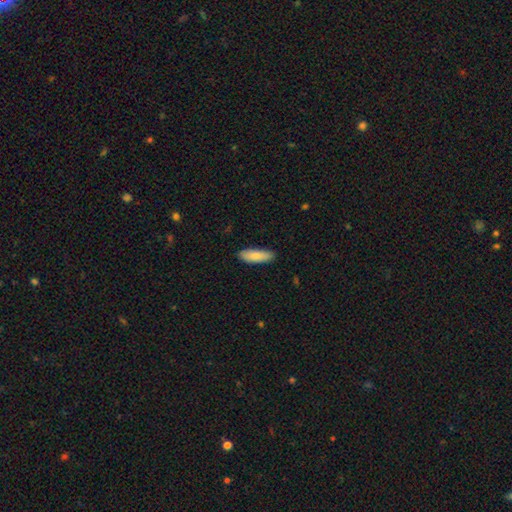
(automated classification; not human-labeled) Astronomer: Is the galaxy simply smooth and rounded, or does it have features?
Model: smooth — 85%.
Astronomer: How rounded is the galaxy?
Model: in between — 56% (runner-up: cigar-shaped, 42%).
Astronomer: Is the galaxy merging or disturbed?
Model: none — 88%.